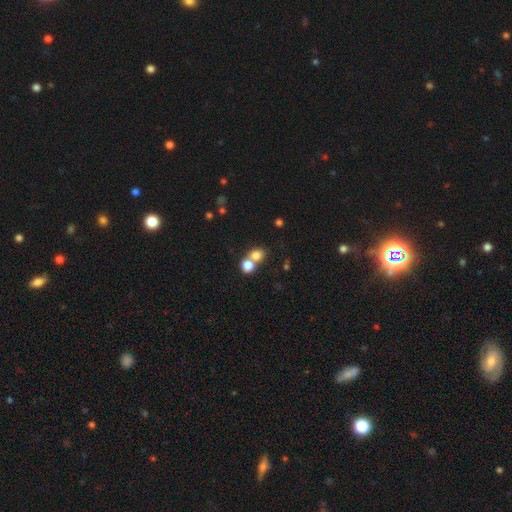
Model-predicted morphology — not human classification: smooth-or-featured: smooth: 77% | star or artifact: 12% | featured or disk: 10%
  how-rounded: round: 67% | in between: 32% | cigar-shaped: 1%
  merging: merger: 52% | none: 38% | minor disturbance: 6% | major disturbance: 4%